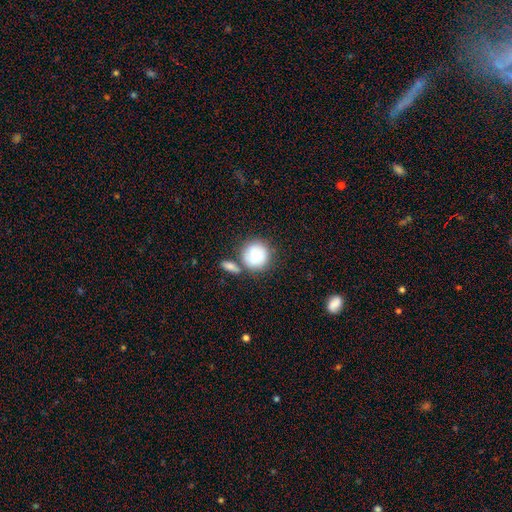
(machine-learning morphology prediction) type=smooth (84%); roundness=round (88%); merging=none (53%).